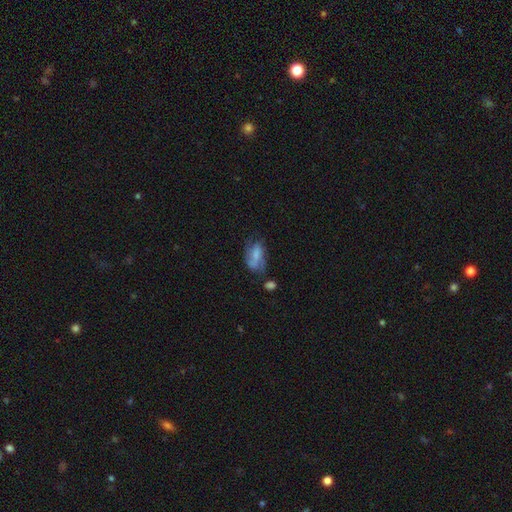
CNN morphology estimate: Smooth or featured? smooth (50%)
Merging? none (38%)